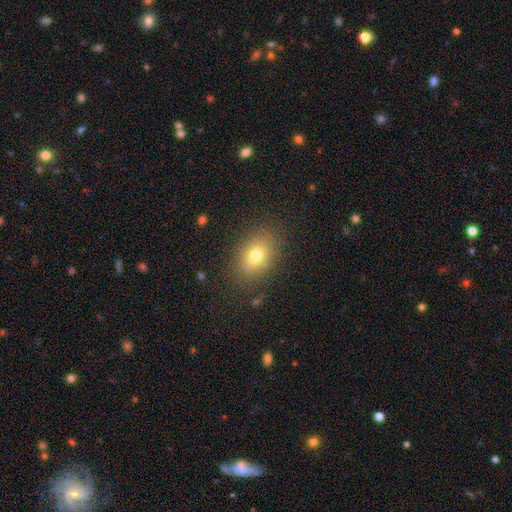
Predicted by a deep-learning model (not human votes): Smooth or featured?
  - smooth: 72% *
  - featured or disk: 16%
  - star or artifact: 12%
How rounded?
  - in between: 76% *
  - round: 22%
  - cigar-shaped: 2%
Merging?
  - none: 82% *
  - minor disturbance: 12%
  - major disturbance: 4%
  - merger: 2%